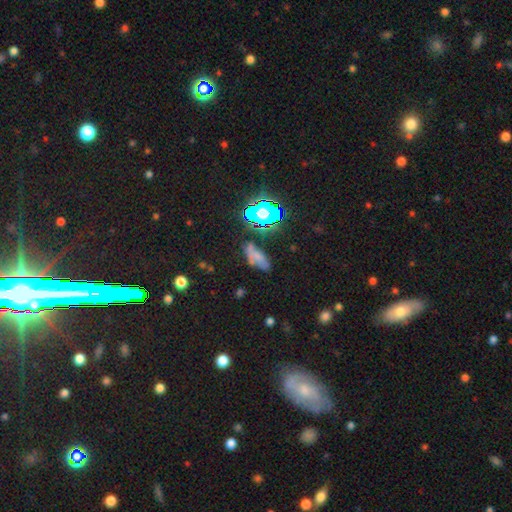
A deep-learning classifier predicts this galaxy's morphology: A smooth galaxy with no disk features (53%) that is in between round and cigar-shaped (74%).

Vote fractions:
- Smooth or featured? smooth: 53% / star or artifact: 26% / featured or disk: 21%
- How rounded? in between: 74% / cigar-shaped: 19% / round: 7%
- Merging? none: 59% / minor disturbance: 23% / major disturbance: 11% / merger: 7%